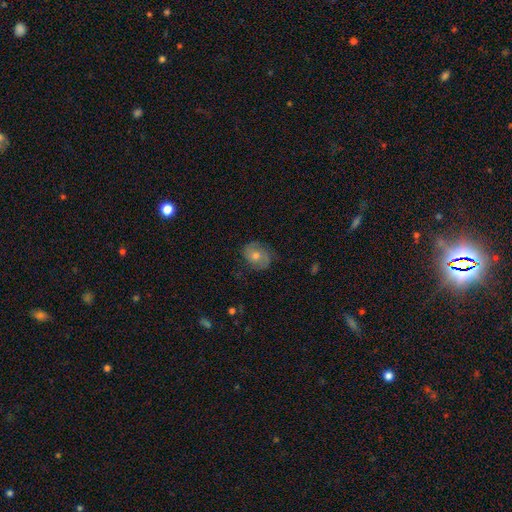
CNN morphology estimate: Smooth or featured? featured or disk (57%)
Edge-on disk? no (96%)
Bar? no (77%)
Spiral arms? yes (83%)
Bulge size? moderate (62%)
Merging? none (75%)